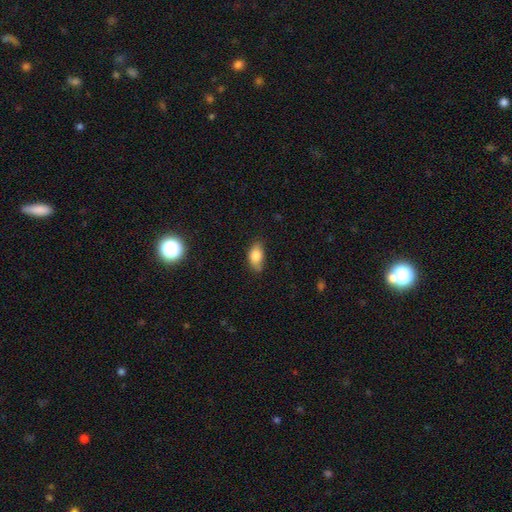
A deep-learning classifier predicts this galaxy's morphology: Q: Smooth or featured?
A: smooth (83%); runner-up: featured or disk (9%)
Q: How rounded?
A: in between (90%); runner-up: round (6%)
Q: Merging?
A: none (65%); runner-up: minor disturbance (28%)